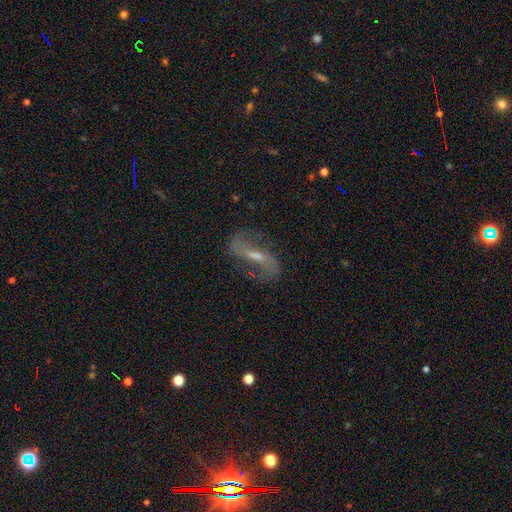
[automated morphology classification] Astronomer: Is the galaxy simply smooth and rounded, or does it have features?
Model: featured or disk — 80%.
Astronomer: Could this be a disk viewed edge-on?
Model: no — 93%.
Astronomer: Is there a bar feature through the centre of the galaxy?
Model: weak — 44% (runner-up: strong, 40%).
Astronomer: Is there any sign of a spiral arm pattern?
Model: yes — 93%.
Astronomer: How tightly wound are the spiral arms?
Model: loose — 62%.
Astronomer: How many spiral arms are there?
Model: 2 — 91%.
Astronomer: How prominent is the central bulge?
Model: small — 42%, tied with moderate at 42%.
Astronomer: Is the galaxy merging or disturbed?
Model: none — 74%.